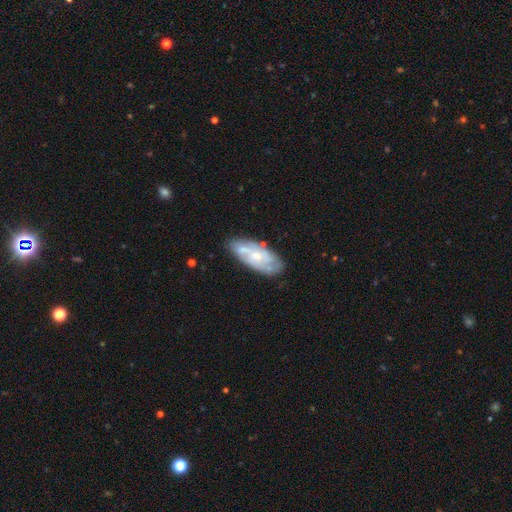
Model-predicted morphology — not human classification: Smooth or featured? featured or disk (70%)
Edge-on disk? no (91%)
Bar? no (69%)
Spiral arms? yes (78%)
Bulge size? small (62%)
Merging? none (71%)